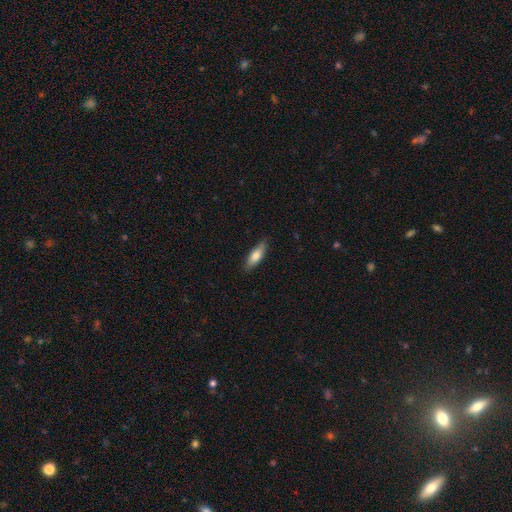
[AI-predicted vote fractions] smooth_or_featured: smooth (p=0.73) [alt: featured or disk p=0.21]
how_rounded: in between (p=0.53) [alt: cigar-shaped p=0.45]
merging: none (p=0.84) [alt: minor disturbance p=0.13]